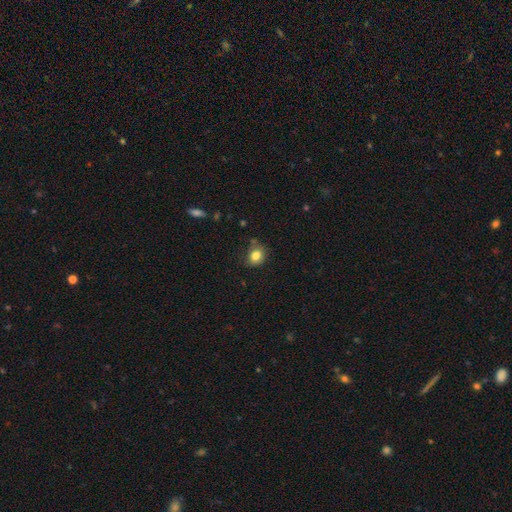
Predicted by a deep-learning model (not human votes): smooth_or_featured: smooth (p=0.82) [alt: star or artifact p=0.11]
how_rounded: round (p=0.65) [alt: in between p=0.34]
merging: none (p=0.71) [alt: minor disturbance p=0.20]